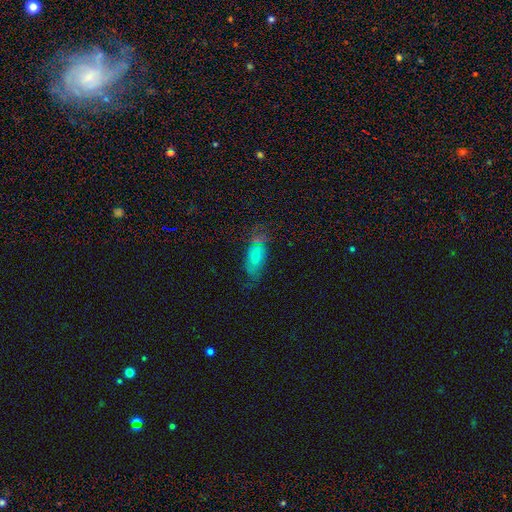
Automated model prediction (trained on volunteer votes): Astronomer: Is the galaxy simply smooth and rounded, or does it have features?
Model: smooth — 50% (runner-up: featured or disk, 40%).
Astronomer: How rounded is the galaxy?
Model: in between — 74%.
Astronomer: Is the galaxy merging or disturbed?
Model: none — 61%.